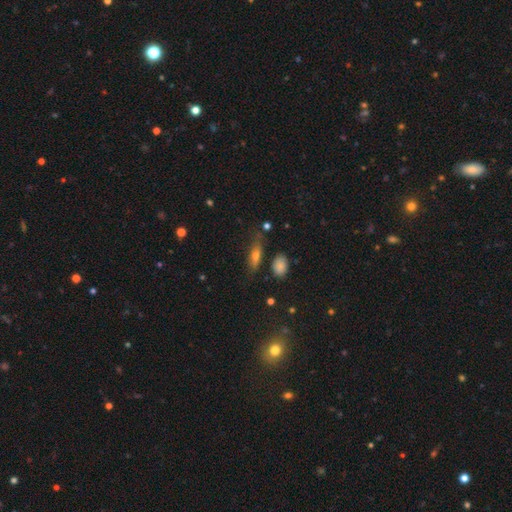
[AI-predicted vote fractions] Q: Smooth or featured?
A: smooth (56%); runner-up: featured or disk (28%)
Q: How rounded?
A: in between (47%); tied with: cigar-shaped (47%)
Q: Merging?
A: none (69%); runner-up: minor disturbance (18%)